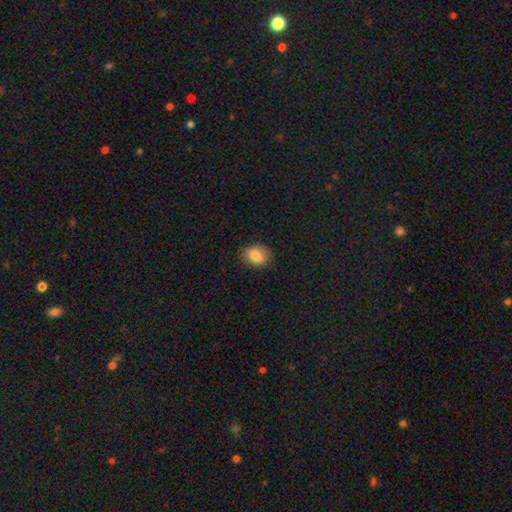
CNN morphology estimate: smooth_or_featured: smooth (p=0.82) [alt: featured or disk p=0.09]
how_rounded: in between (p=0.59) [alt: round p=0.40]
merging: none (p=0.82) [alt: minor disturbance p=0.14]